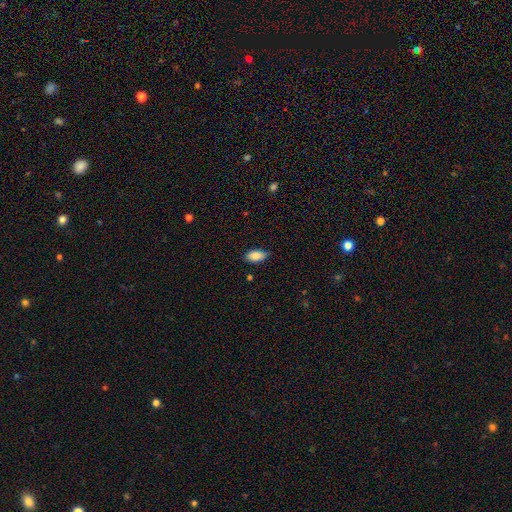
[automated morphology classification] A smooth galaxy with no disk features (87%) that is in between round and cigar-shaped (92%). Merging: none (74%).